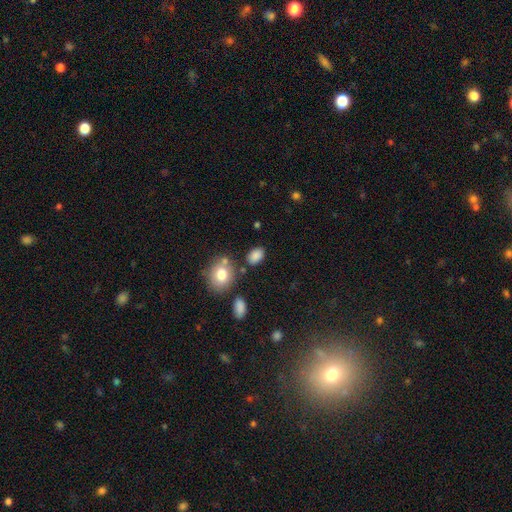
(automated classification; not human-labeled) smooth-or-featured: smooth: 84% | star or artifact: 10% | featured or disk: 6%
  how-rounded: in between: 80% | round: 19% | cigar-shaped: 1%
  merging: none: 76% | minor disturbance: 13% | merger: 7% | major disturbance: 4%